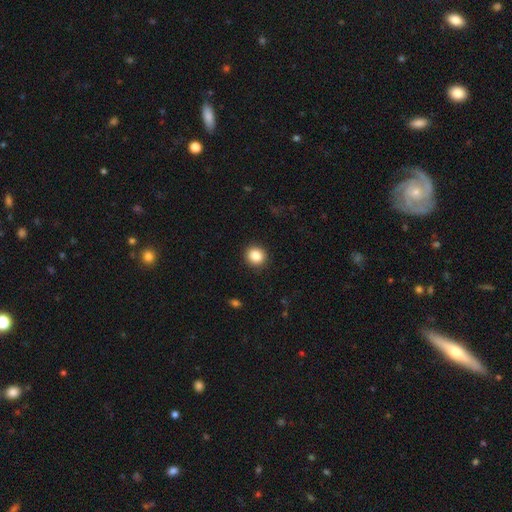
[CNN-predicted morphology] type=smooth (86%); roundness=round (87%); merging=none (92%).